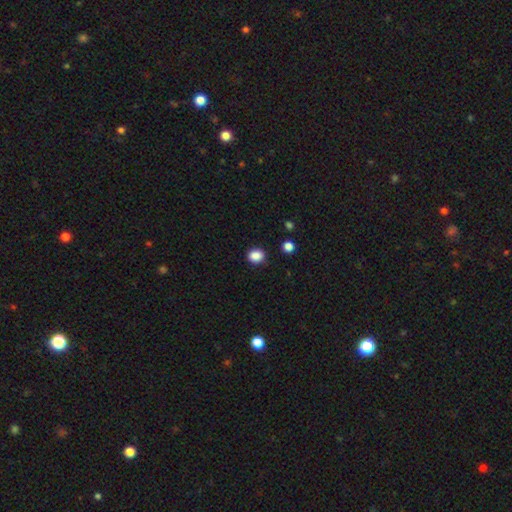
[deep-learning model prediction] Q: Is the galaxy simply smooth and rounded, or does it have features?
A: smooth — 87%.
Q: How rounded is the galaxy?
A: round — 60%.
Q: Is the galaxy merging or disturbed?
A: none — 88%.